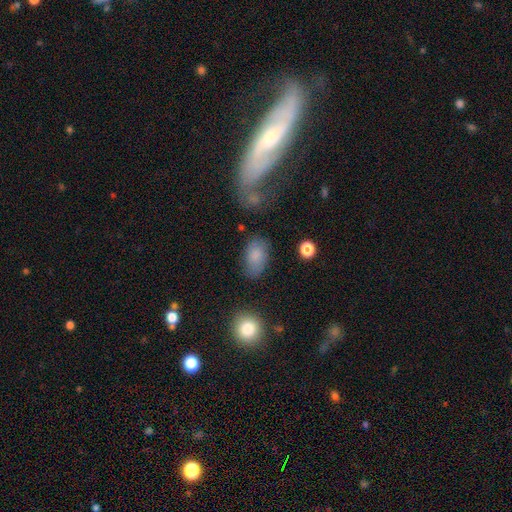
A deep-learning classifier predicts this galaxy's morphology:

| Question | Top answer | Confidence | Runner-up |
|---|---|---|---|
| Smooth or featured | smooth | 81% | featured or disk (10%) |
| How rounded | in between | 90% | round (8%) |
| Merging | none | 71% | minor disturbance (19%) |